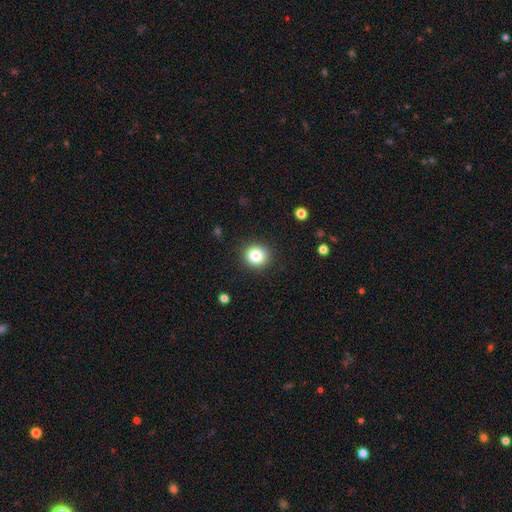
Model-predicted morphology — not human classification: Smooth or featured?
  - smooth: 84% *
  - star or artifact: 10%
  - featured or disk: 6%
How rounded?
  - round: 90% *
  - in between: 9%
  - cigar-shaped: 1%
Merging?
  - none: 90% *
  - minor disturbance: 7%
  - major disturbance: 2%
  - merger: 1%